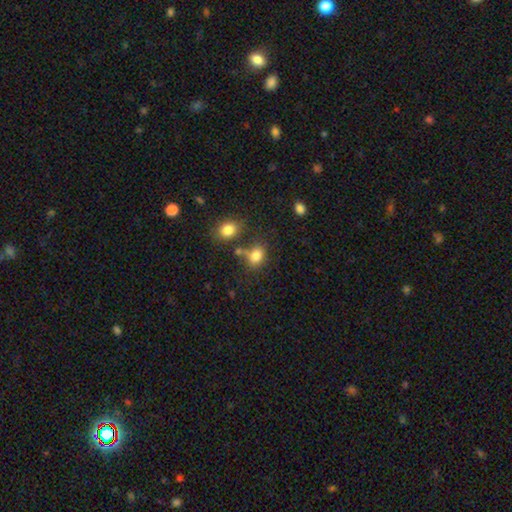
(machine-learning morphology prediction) A smooth galaxy with no disk features (81%) that is in between round and cigar-shaped (68%). Merging: none (53%).